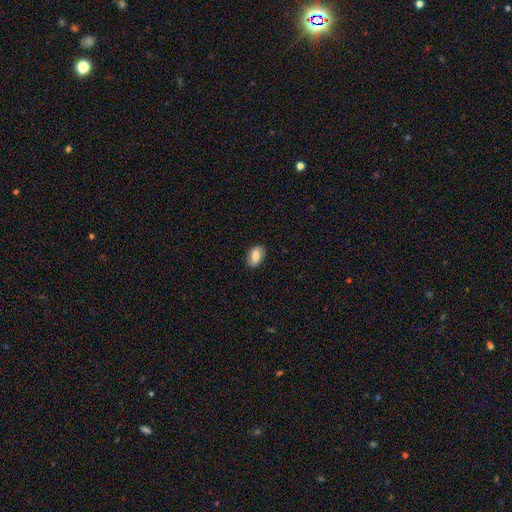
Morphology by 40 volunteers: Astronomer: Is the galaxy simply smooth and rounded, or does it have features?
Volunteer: smooth — 70%.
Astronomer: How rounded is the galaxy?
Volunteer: in between — 86%.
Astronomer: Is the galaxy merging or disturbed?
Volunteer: none — 75%.